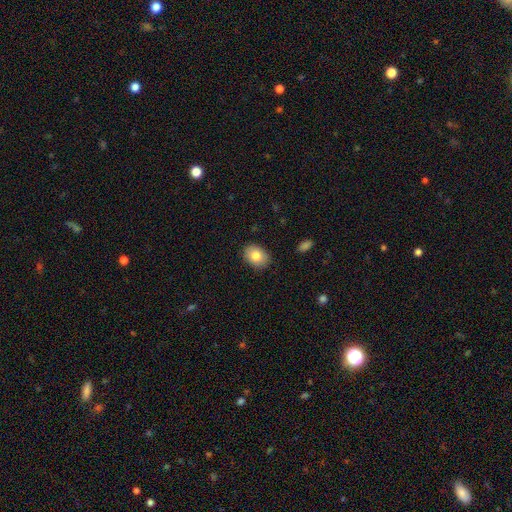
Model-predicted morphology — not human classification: Smooth or featured? Predicted: smooth (p=0.81). How rounded? Predicted: in between (p=0.68). Merging? Predicted: none (p=0.87).